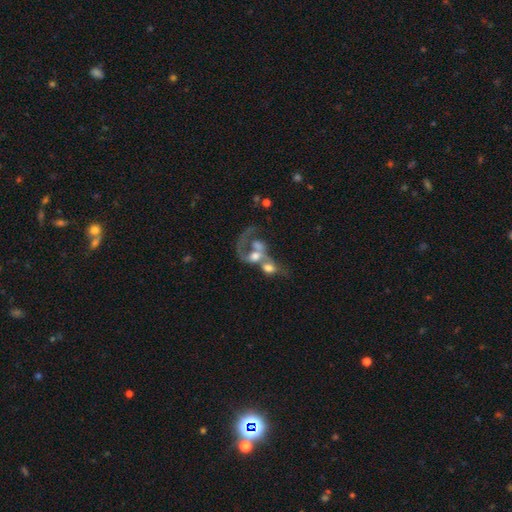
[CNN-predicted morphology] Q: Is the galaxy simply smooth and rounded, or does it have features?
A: featured or disk — 56%.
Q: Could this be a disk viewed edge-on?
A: no — 96%.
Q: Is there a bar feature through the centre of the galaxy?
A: no — 77%.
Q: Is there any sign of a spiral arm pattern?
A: yes — 53%.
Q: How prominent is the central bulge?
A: moderate — 40%.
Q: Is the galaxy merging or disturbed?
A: merger — 73%.